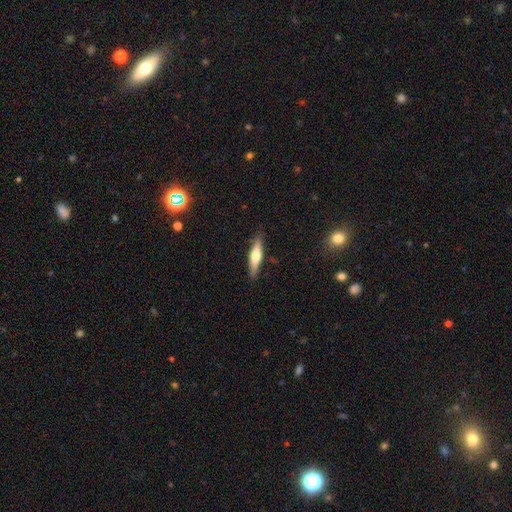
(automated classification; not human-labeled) Smooth or featured?
  - smooth: 48% *
  - featured or disk: 46%
  - star or artifact: 6%
Merging?
  - none: 87% *
  - minor disturbance: 10%
  - major disturbance: 2%
  - merger: 1%